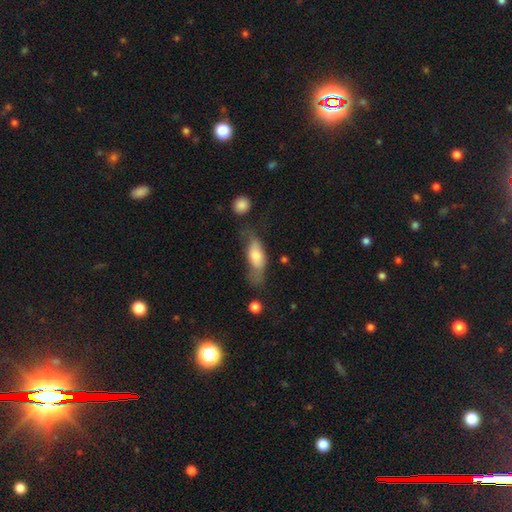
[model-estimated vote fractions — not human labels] Smooth or featured? smooth (59%)
How rounded? in between (62%)
Merging? none (46%)